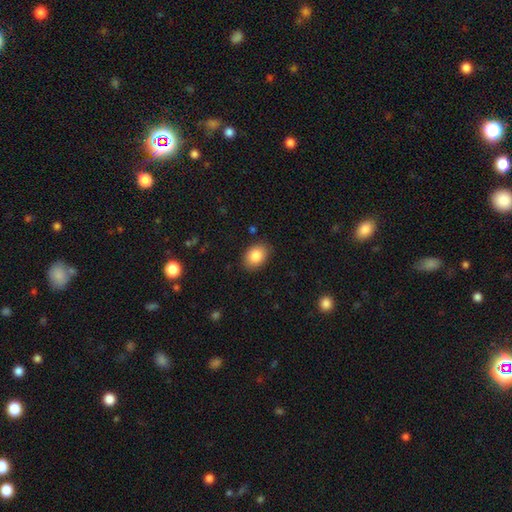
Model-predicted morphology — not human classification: Q: Smooth or featured?
A: smooth (85%); runner-up: star or artifact (8%)
Q: How rounded?
A: in between (78%); runner-up: round (21%)
Q: Merging?
A: none (86%); runner-up: minor disturbance (11%)